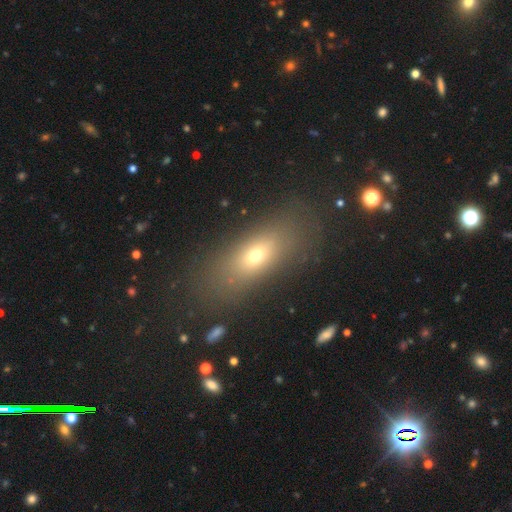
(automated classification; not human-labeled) smooth-or-featured: smooth: 65% | featured or disk: 18% | star or artifact: 17%
  how-rounded: in between: 68% | cigar-shaped: 21% | round: 11%
  merging: none: 80% | minor disturbance: 11% | major disturbance: 6% | merger: 2%